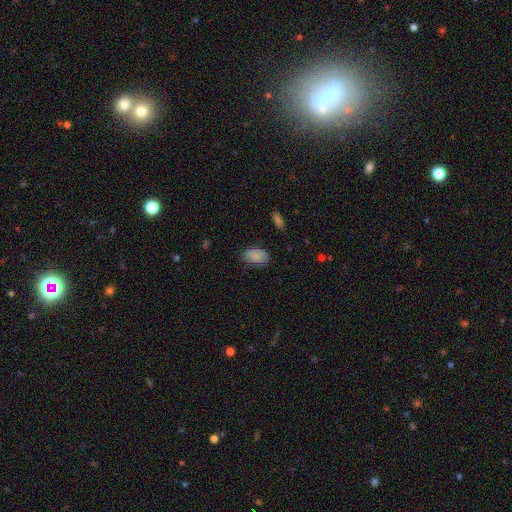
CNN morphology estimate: type=smooth (83%); roundness=in between (88%); merging=none (66%).